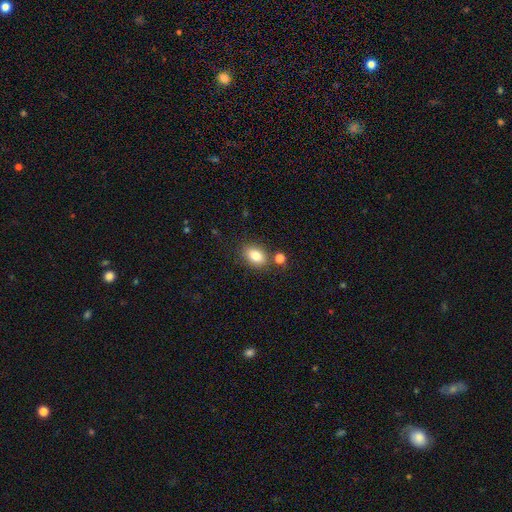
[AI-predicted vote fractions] Smooth or featured: smooth — 84% (star or artifact — 9%)
How rounded: in between — 84% (round — 15%)
Merging: none — 74% (minor disturbance — 12%)